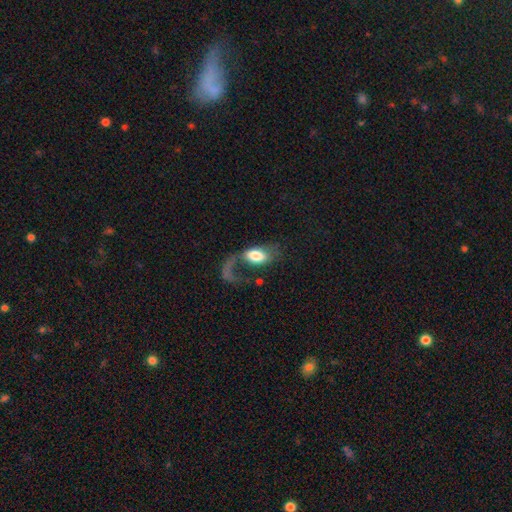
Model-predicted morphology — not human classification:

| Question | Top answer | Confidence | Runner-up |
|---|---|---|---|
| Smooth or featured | smooth | 62% | featured or disk (31%) |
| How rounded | in between | 89% | round (8%) |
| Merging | major disturbance | 60% | none (20%) |